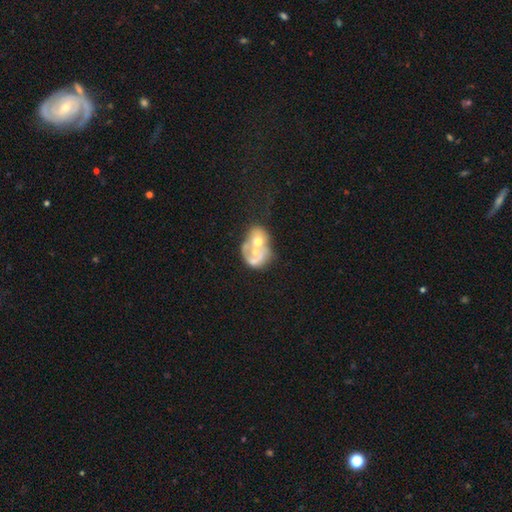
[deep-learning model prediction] Q: Smooth or featured?
A: featured or disk (57%); runner-up: smooth (34%)
Q: Edge-on disk?
A: no (98%); runner-up: yes (2%)
Q: Bar?
A: no (87%); runner-up: weak (10%)
Q: Spiral arms?
A: no (75%); runner-up: yes (25%)
Q: Bulge size?
A: moderate (67%); runner-up: small (17%)
Q: Merging?
A: merger (69%); runner-up: none (12%)